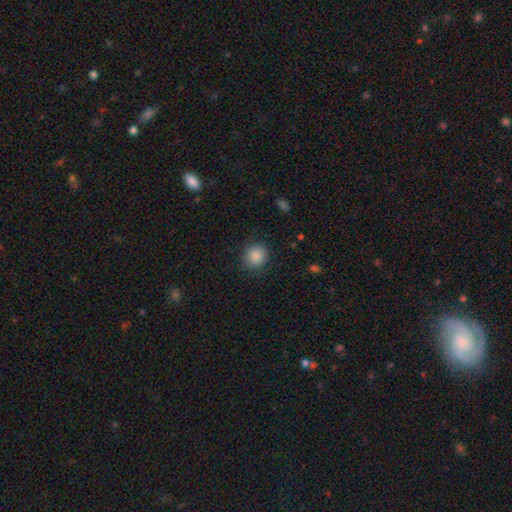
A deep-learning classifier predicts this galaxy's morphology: Smooth or featured?
  - smooth: 87% *
  - star or artifact: 10%
  - featured or disk: 4%
How rounded?
  - round: 80% *
  - in between: 19%
  - cigar-shaped: 1%
Merging?
  - none: 87% *
  - minor disturbance: 9%
  - major disturbance: 3%
  - merger: 1%